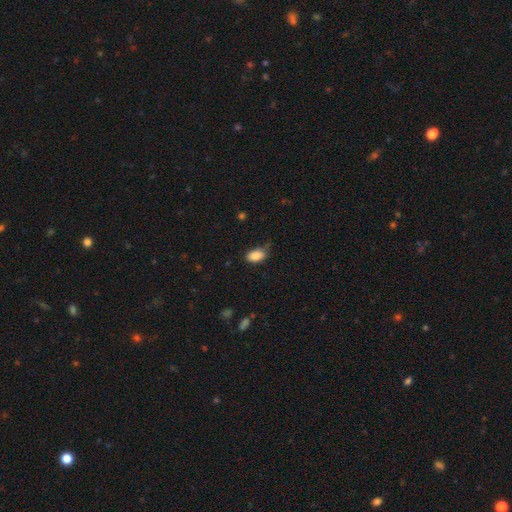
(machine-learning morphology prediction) Smooth or featured? smooth (87%)
How rounded? in between (91%)
Merging? none (64%)